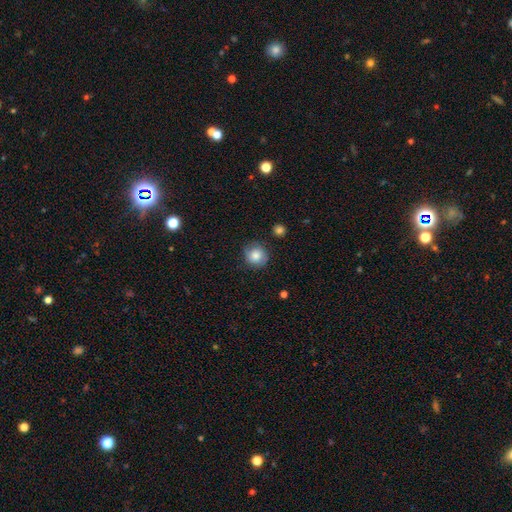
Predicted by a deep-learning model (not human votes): The model was most divided on "smooth or featured": smooth: 75%, featured or disk: 16%, star or artifact: 9%. More confident: how rounded — round (89%); merging — none (81%).